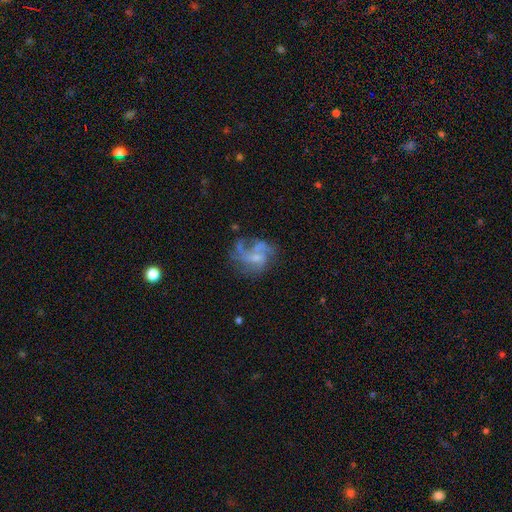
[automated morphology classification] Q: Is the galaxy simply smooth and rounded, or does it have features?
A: featured or disk — 68%.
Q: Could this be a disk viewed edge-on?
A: no — 98%.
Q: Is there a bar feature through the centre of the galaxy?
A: no — 59%.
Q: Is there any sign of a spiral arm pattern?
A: yes — 67%.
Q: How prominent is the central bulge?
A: small — 42%.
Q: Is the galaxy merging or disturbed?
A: none — 41%.